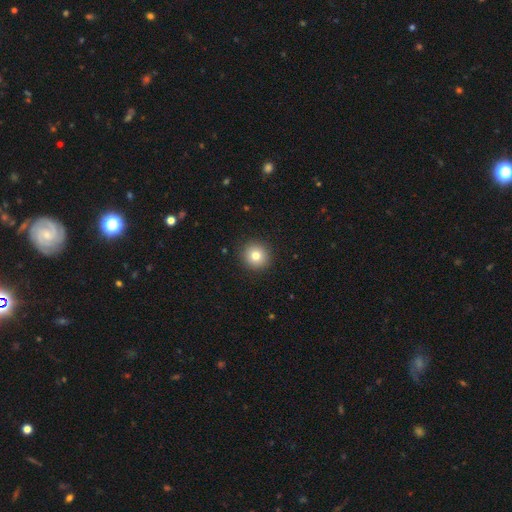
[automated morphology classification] Q: Smooth or featured?
A: smooth (80%); runner-up: star or artifact (11%)
Q: How rounded?
A: round (93%); runner-up: in between (6%)
Q: Merging?
A: none (92%); runner-up: minor disturbance (5%)